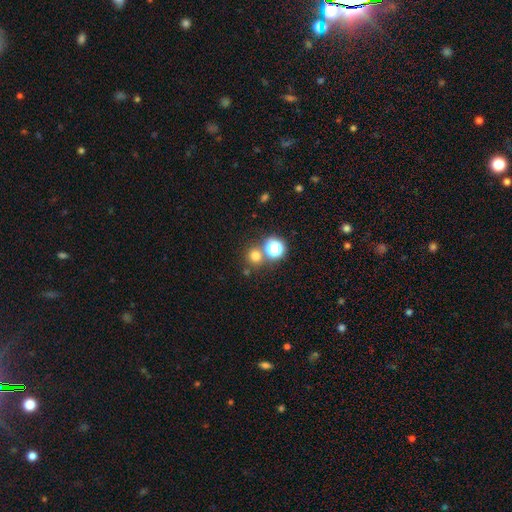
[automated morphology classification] Q: Smooth or featured?
A: smooth (69%); runner-up: star or artifact (24%)
Q: How rounded?
A: round (91%); runner-up: in between (8%)
Q: Merging?
A: none (73%); runner-up: merger (17%)